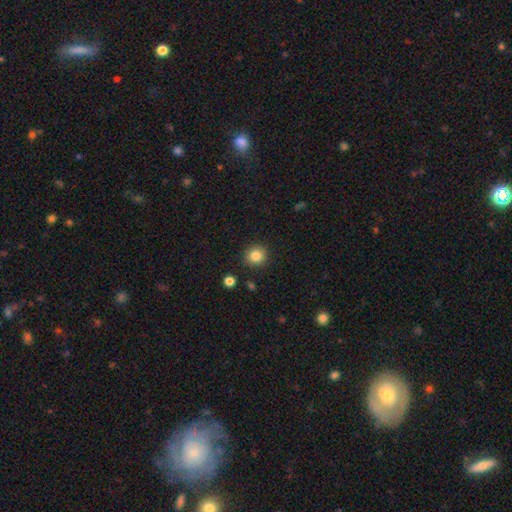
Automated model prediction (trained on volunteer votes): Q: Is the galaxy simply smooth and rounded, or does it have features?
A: smooth — 85%.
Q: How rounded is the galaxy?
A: round — 89%.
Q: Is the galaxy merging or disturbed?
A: none — 90%.